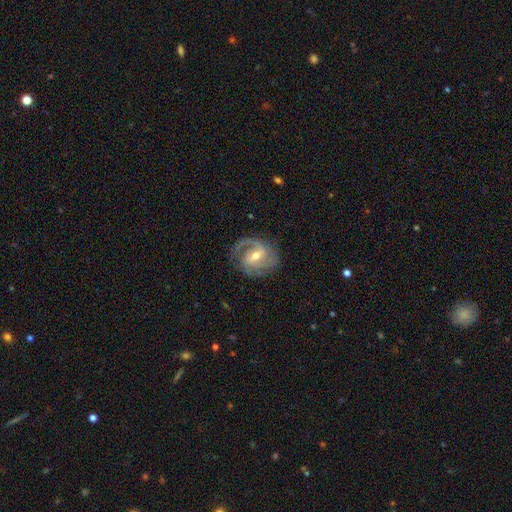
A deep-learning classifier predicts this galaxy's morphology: The model was most divided on "spiral winding": medium: 47%, tight: 37%, loose: 16%. Remaining: edge-on disk — no (98%); spiral arms — yes (97%); smooth or featured — featured or disk (88%); merging — none (73%); bulge size — moderate (59%); bar — weak (53%); spiral arm count — 2 (46%).